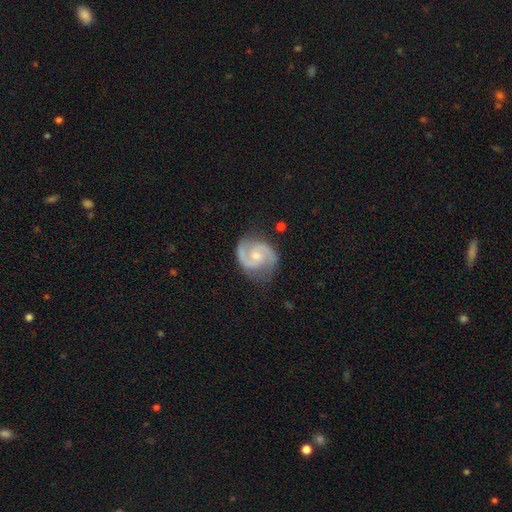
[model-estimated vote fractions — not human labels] A featured or disk galaxy (91%) with no bar (60%), 2 (93%) medium (60%) spiral arms (98%) and a small central bulge (51%). Merging: none (79%).